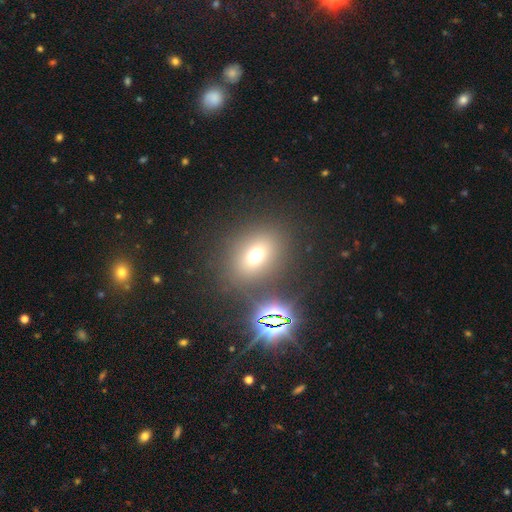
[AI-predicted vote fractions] smooth_or_featured: smooth (p=0.63) [alt: star or artifact p=0.25]
how_rounded: in between (p=0.50) [alt: round p=0.48]
merging: none (p=0.78) [alt: minor disturbance p=0.09]